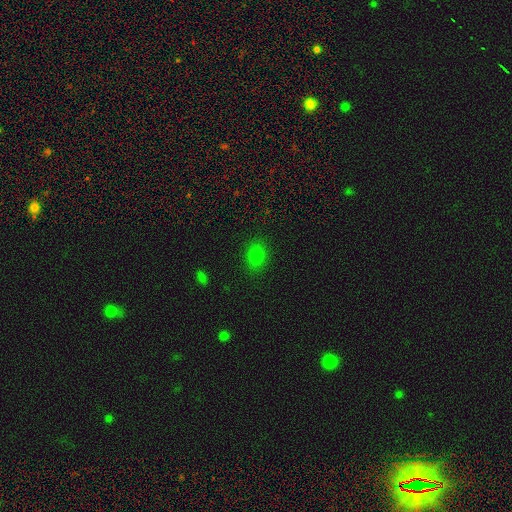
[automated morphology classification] Q: Smooth or featured?
A: smooth (79%); runner-up: star or artifact (15%)
Q: How rounded?
A: in between (52%); runner-up: round (47%)
Q: Merging?
A: none (86%); runner-up: minor disturbance (10%)